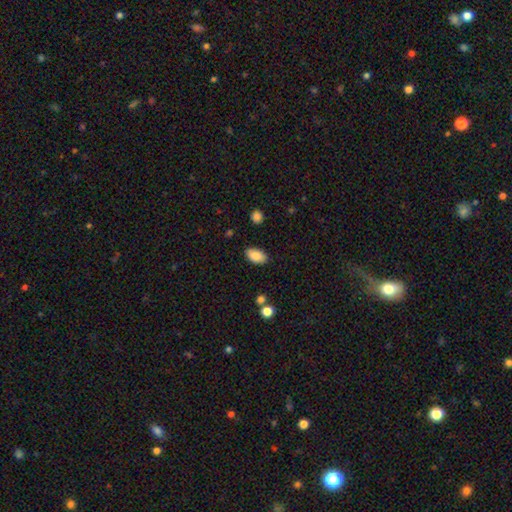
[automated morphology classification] Smooth or featured? smooth (87%)
How rounded? in between (94%)
Merging? none (86%)